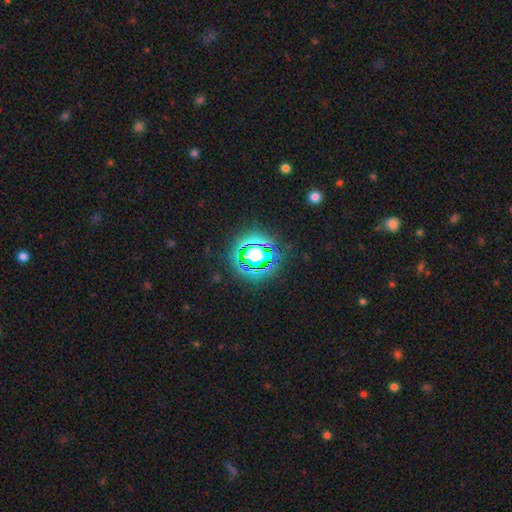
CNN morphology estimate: Smooth or featured?
  - star or artifact: 68% *
  - smooth: 20%
  - featured or disk: 12%